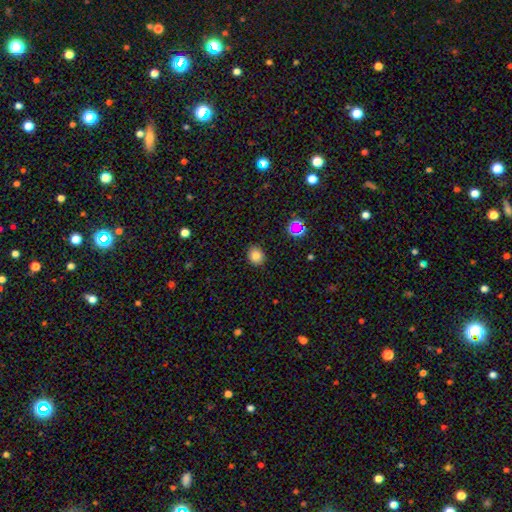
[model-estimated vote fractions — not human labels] smooth_or_featured: smooth (p=0.81) [alt: star or artifact p=0.13]
how_rounded: round (p=0.70) [alt: in between p=0.29]
merging: none (p=0.88) [alt: minor disturbance p=0.09]